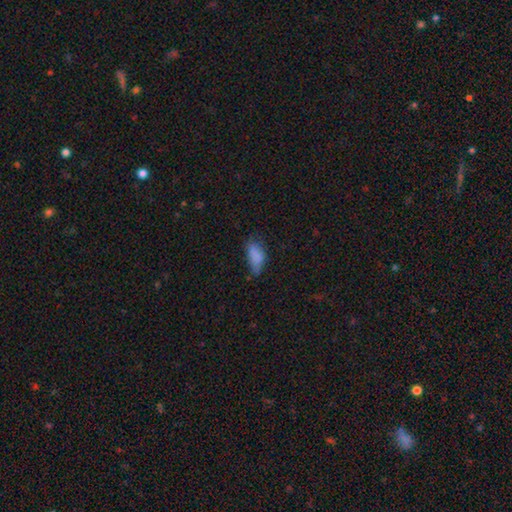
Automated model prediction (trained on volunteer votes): smooth 79%, star or artifact 10%, featured or disk 10%. Down the decision tree: how rounded — in between (87%); merging — none (39%, tied with minor disturbance).